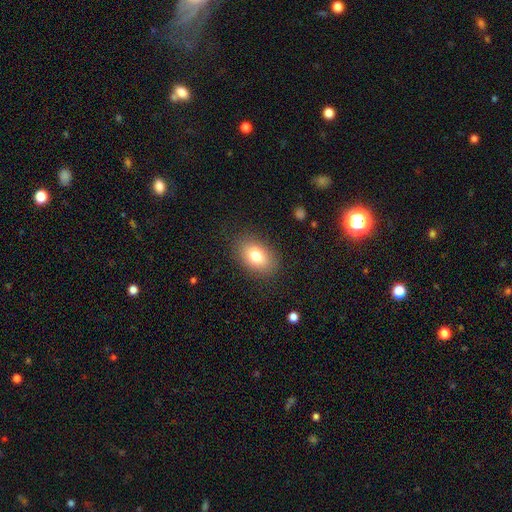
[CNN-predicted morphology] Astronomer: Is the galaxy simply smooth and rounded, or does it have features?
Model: smooth — 79%.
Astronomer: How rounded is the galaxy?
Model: in between — 85%.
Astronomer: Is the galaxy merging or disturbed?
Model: none — 85%.